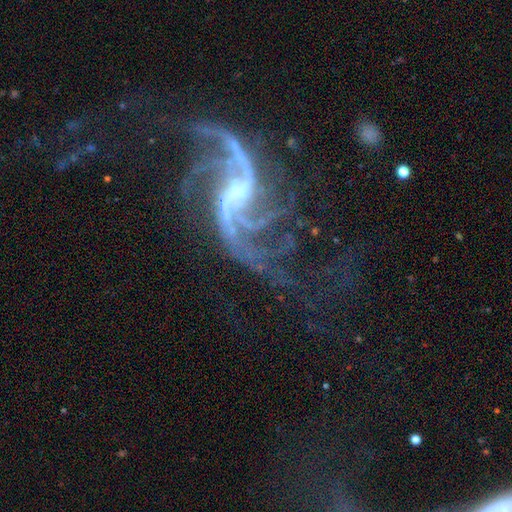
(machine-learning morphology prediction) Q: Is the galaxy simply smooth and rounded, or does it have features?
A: featured or disk — 90%.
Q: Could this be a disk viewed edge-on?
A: no — 97%.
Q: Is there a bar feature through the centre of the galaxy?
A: weak — 45%.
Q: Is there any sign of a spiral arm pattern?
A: yes — 98%.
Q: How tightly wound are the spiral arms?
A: loose — 71%.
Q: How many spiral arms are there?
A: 2 — 52%.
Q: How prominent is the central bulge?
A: small — 57%.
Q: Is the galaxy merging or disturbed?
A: none — 49%.